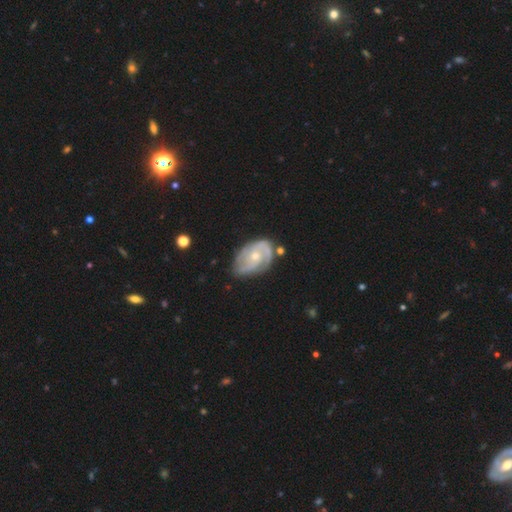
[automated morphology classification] Smooth or featured? Predicted: featured or disk (p=0.78). Edge-on disk? Predicted: no (p=0.97). Bar? Predicted: no (p=0.70). Spiral arms? Predicted: yes (p=0.92). Spiral winding? Predicted: tight (p=0.43). Spiral arm count? Predicted: 2 (p=0.43). Bulge size? Predicted: small (p=0.55). Merging? Predicted: none (p=0.58).